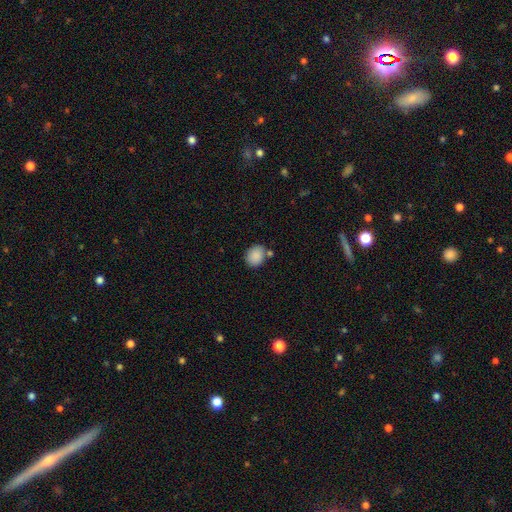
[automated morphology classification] This is clearly a smooth galaxy (88%). How rounded: possibly round (59%). Merging: likely none (70%).